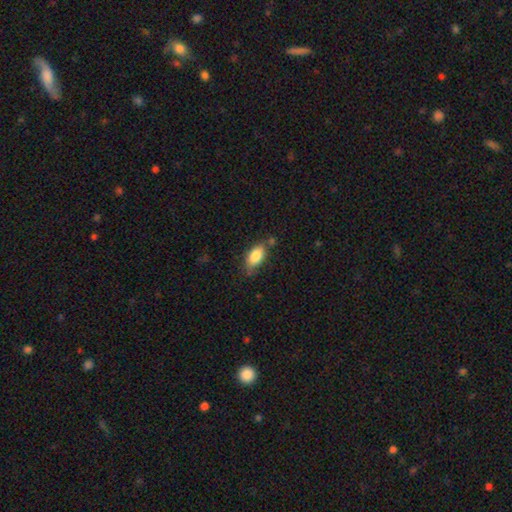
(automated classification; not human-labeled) Smooth or featured: smooth — 82% (featured or disk — 11%)
How rounded: in between — 90% (cigar-shaped — 6%)
Merging: none — 67% (minor disturbance — 22%)